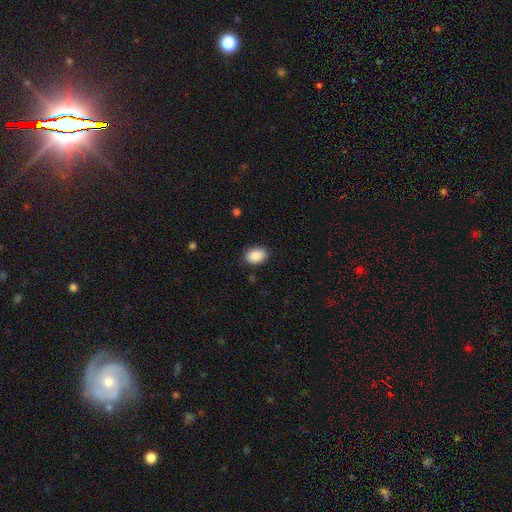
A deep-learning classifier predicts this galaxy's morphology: type=smooth (90%); roundness=in between (78%); merging=none (88%).